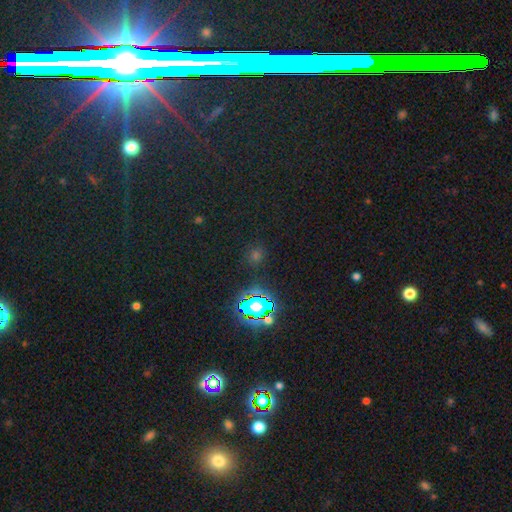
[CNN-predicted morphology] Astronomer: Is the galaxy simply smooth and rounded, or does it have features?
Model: star or artifact — 55% (runner-up: smooth, 38%).